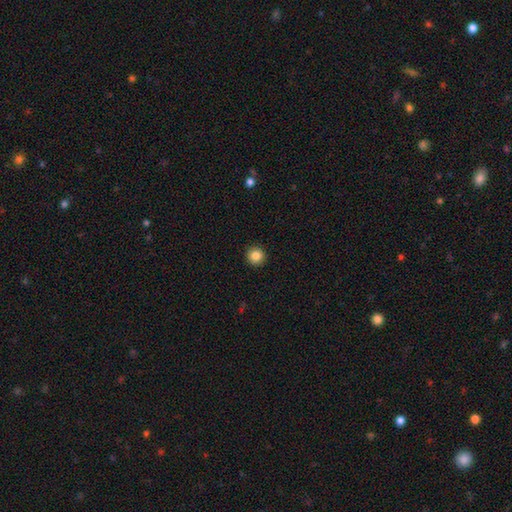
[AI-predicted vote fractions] Morphology: type=smooth (85%); roundness=round (95%); merging=none (93%).